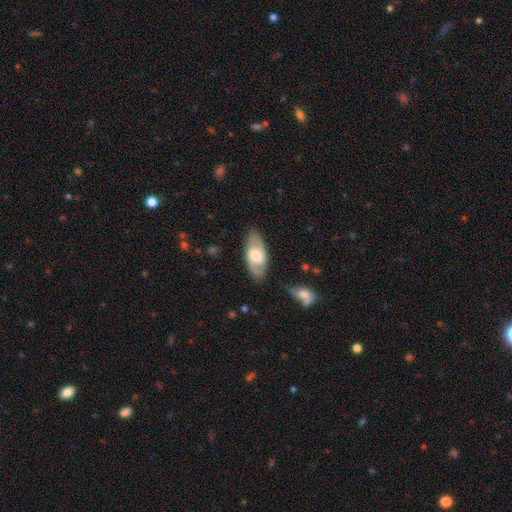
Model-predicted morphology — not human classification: type=featured or disk (54%); edge-on=no (88%); merging=none (81%).